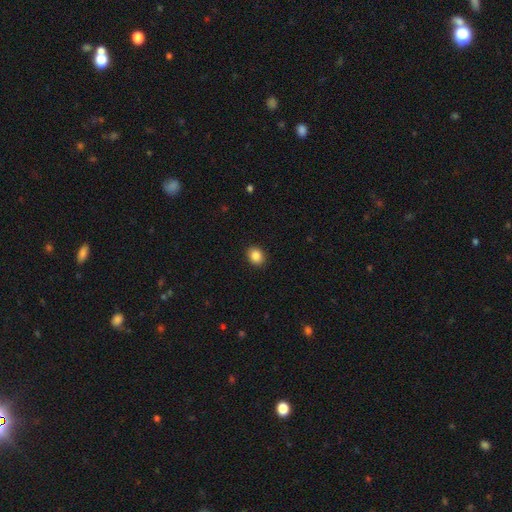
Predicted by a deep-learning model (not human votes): smooth 87%, star or artifact 9%, featured or disk 4%. Down the decision tree: how rounded — round (55%); merging — none (91%).